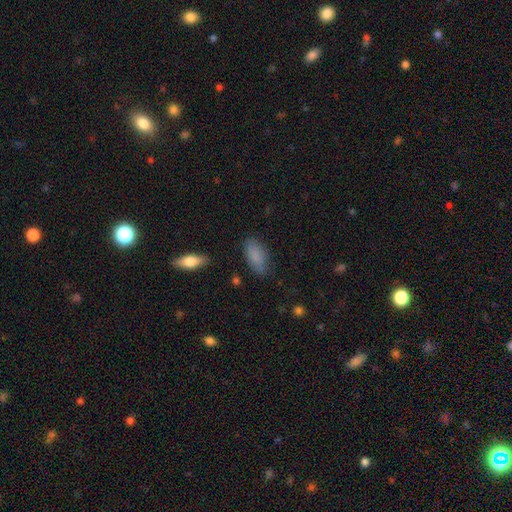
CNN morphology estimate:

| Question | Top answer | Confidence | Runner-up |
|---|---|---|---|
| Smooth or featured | smooth | 85% | featured or disk (8%) |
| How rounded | in between | 86% | cigar-shaped (11%) |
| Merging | none | 77% | minor disturbance (17%) |